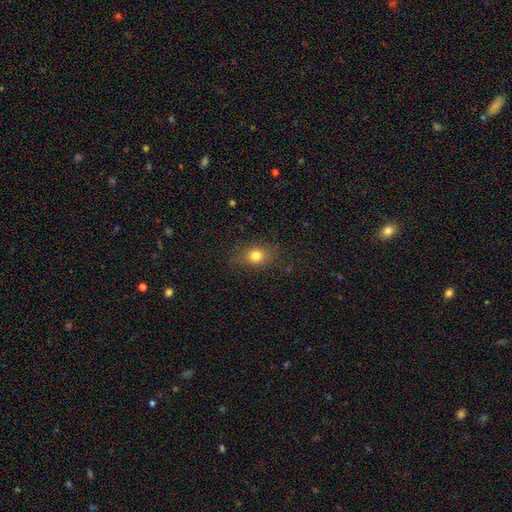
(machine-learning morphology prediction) The model was most divided on "how rounded": round: 51%, in between: 47%, cigar-shaped: 2%. More confident: merging — none (79%); smooth or featured — smooth (77%).